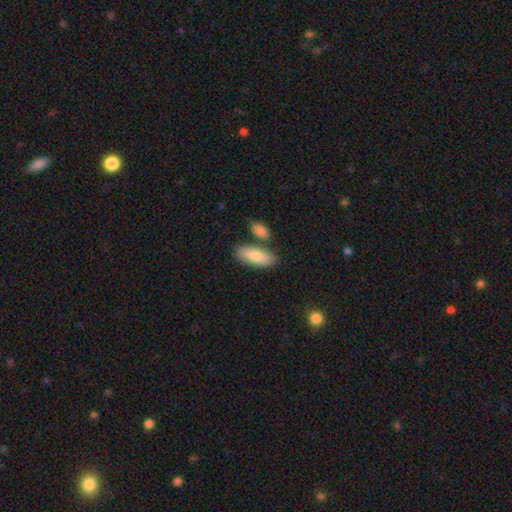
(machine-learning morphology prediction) Smooth or featured? Predicted: smooth (p=0.80). How rounded? Predicted: in between (p=0.76). Merging? Predicted: none (p=0.72).